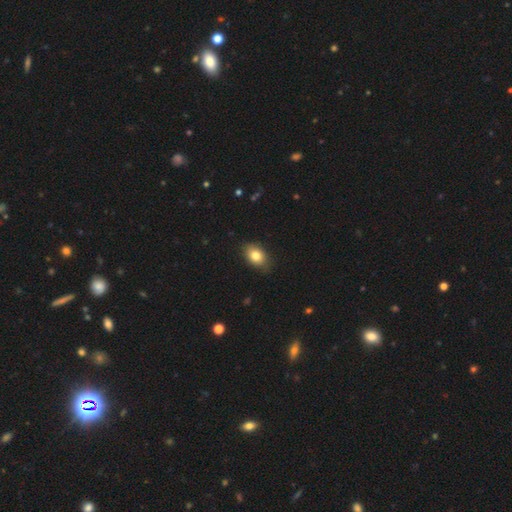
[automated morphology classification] Smooth or featured: smooth — 81% (featured or disk — 10%)
How rounded: in between — 81% (round — 17%)
Merging: none — 83% (minor disturbance — 14%)